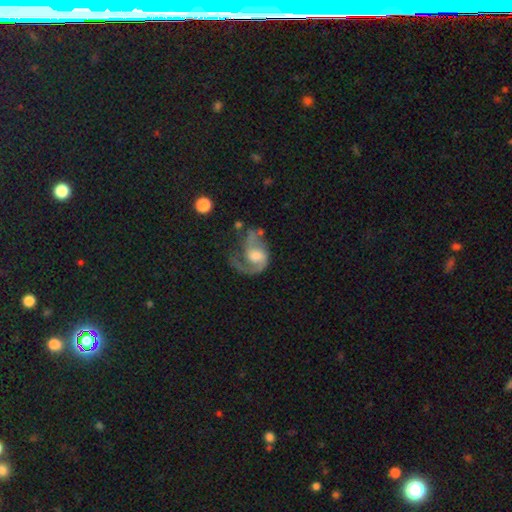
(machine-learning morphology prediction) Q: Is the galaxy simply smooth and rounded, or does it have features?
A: featured or disk — 80%.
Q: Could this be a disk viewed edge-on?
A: no — 98%.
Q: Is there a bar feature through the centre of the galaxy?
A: no — 53%.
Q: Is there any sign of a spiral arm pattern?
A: yes — 92%.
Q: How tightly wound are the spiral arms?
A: medium — 46%.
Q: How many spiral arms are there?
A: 2 — 51%.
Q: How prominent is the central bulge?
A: moderate — 47%.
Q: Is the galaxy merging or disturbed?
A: none — 37%.